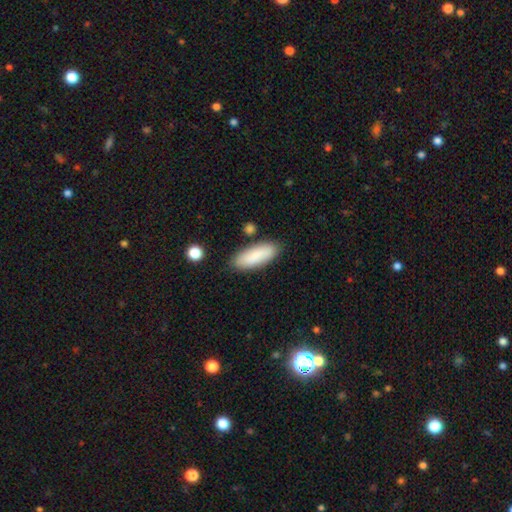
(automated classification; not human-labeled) This appears to be a smooth galaxy with no disk features (85%) that is in between round and cigar-shaped (70%). Merging: none (82%).